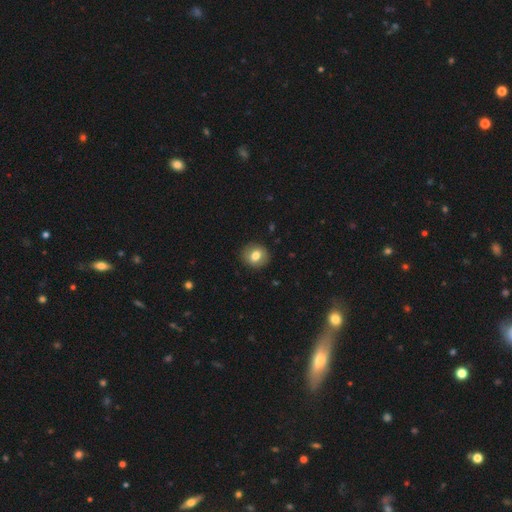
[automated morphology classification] smooth_or_featured: smooth (p=0.74) [alt: featured or disk p=0.18]
how_rounded: round (p=0.72) [alt: in between p=0.27]
merging: none (p=0.88) [alt: minor disturbance p=0.09]